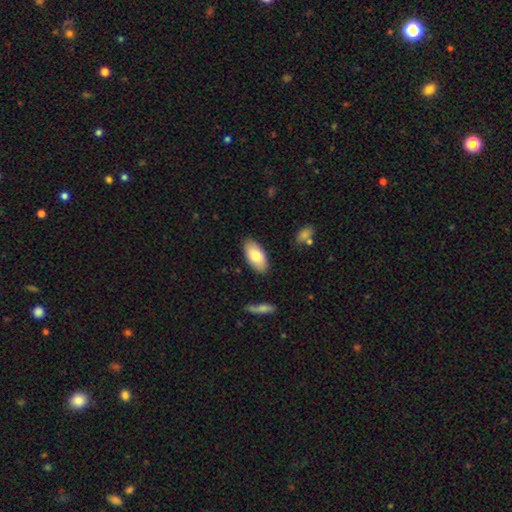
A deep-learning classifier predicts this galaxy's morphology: This appears to be a smooth galaxy with no disk features (79%) that is in between round and cigar-shaped (93%). Merging: none (86%).